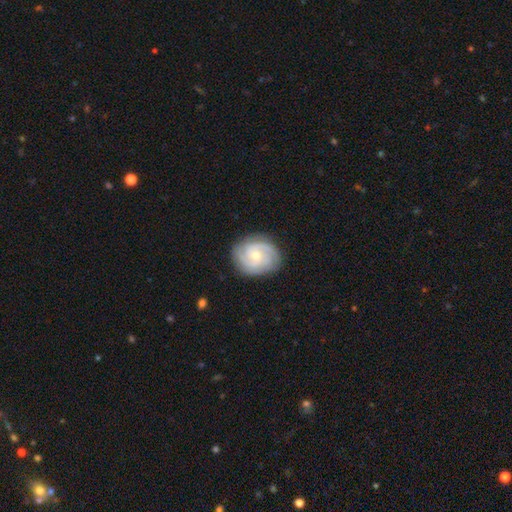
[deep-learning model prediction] smooth_or_featured: featured or disk (p=0.82) [alt: smooth p=0.13]
disk_edge_on: no (p=0.98) [alt: yes p=0.02]
bar: no (p=0.69) [alt: weak p=0.27]
has_spiral_arms: yes (p=0.96) [alt: no p=0.04]
spiral_winding: tight (p=0.64) [alt: medium p=0.30]
spiral_arm_count: 3 (p=0.40) [alt: 2 p=0.22]
bulge_size: small (p=0.58) [alt: moderate p=0.38]
merging: none (p=0.83) [alt: minor disturbance p=0.12]